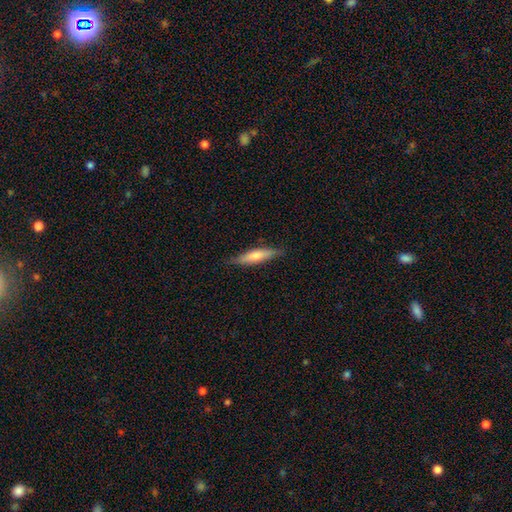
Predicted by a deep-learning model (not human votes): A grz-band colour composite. It shows a smooth galaxy with no disk features (53%) that is cigar-shaped (85%). Merging: none (86%).